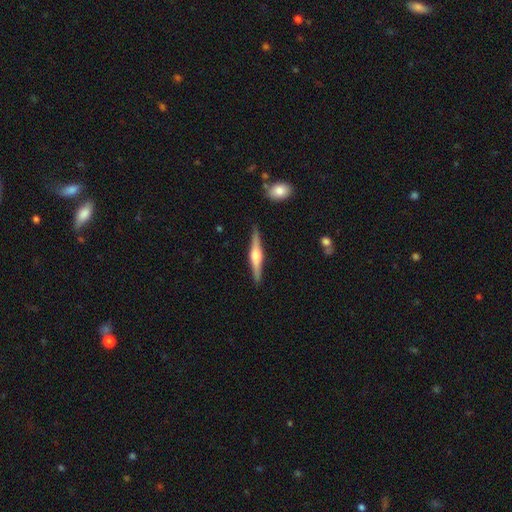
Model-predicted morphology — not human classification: type=featured or disk (73%); edge-on=yes (98%); edge-on bulge=rounded (82%); merging=none (90%).